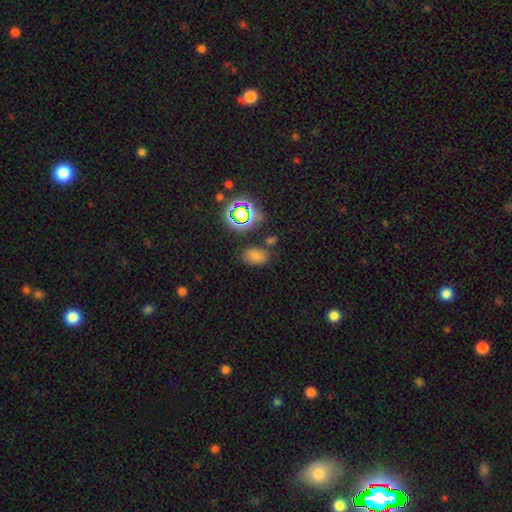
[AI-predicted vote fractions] Morphology: type=smooth (69%); roundness=in between (81%); merging=none (74%).